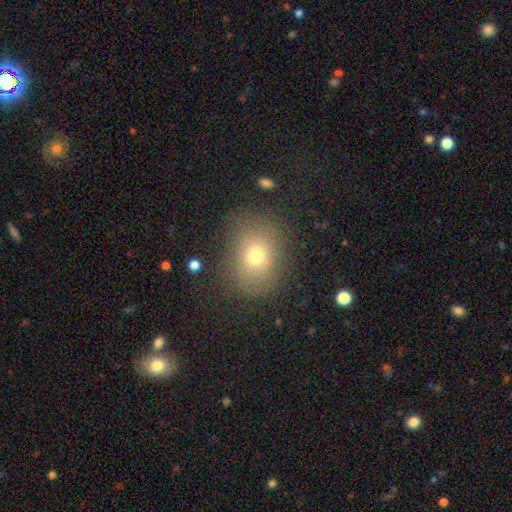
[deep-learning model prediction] Q: Smooth or featured?
A: smooth (70%); runner-up: star or artifact (16%)
Q: How rounded?
A: round (53%); runner-up: in between (46%)
Q: Merging?
A: none (78%); runner-up: minor disturbance (14%)